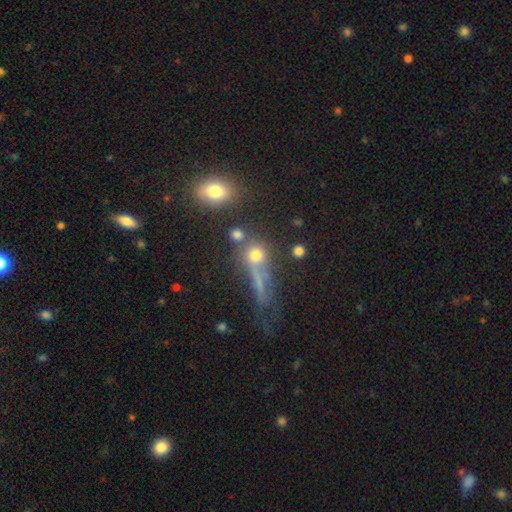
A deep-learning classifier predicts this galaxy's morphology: The model was most divided on "merging": none: 57%, merger: 24%, minor disturbance: 11%, major disturbance: 9%. More confident: how rounded — round (77%); smooth or featured — smooth (65%).